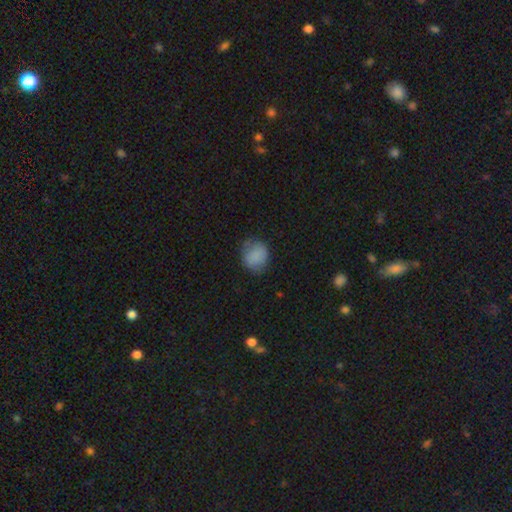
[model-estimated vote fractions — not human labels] Q: Smooth or featured?
A: smooth (84%); runner-up: star or artifact (8%)
Q: How rounded?
A: round (73%); runner-up: in between (27%)
Q: Merging?
A: none (67%); runner-up: minor disturbance (25%)